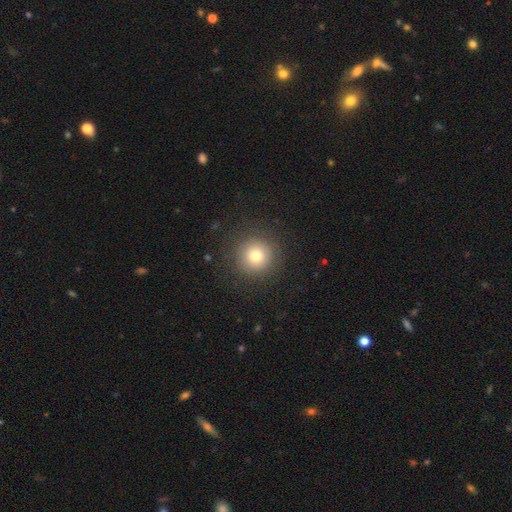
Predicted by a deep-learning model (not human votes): smooth-or-featured: smooth: 76% | featured or disk: 12% | star or artifact: 12%
  how-rounded: round: 96% | in between: 3% | cigar-shaped: 1%
  merging: none: 88% | minor disturbance: 7% | major disturbance: 4% | merger: 1%